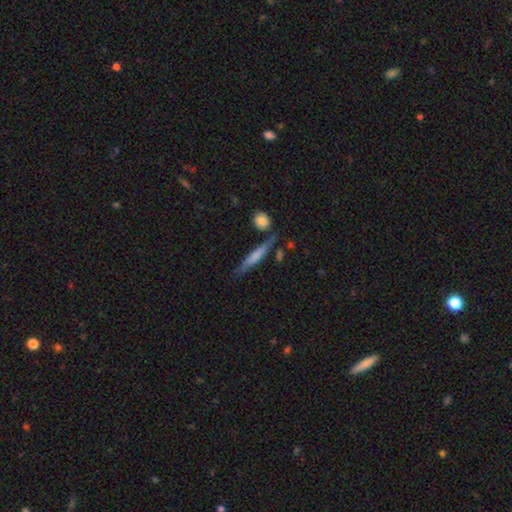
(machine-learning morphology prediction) smooth-or-featured: smooth: 56% | featured or disk: 38% | star or artifact: 6%
  how-rounded: cigar-shaped: 89% | in between: 9% | round: 2%
  merging: none: 77% | minor disturbance: 13% | merger: 7% | major disturbance: 3%